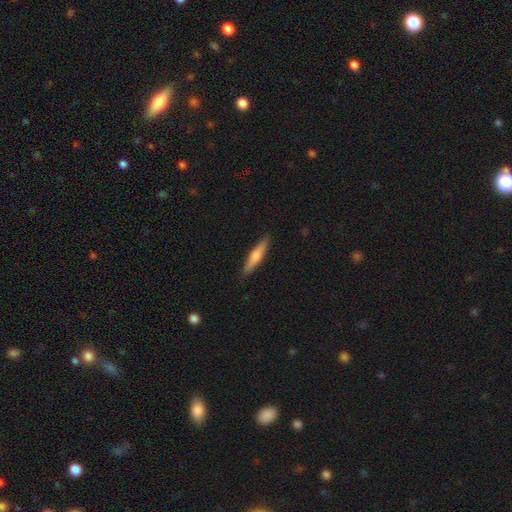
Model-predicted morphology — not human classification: Overall: smooth (60%; featured or disk 34%). How rounded: cigar-shaped (85%). Merging: none (89%).